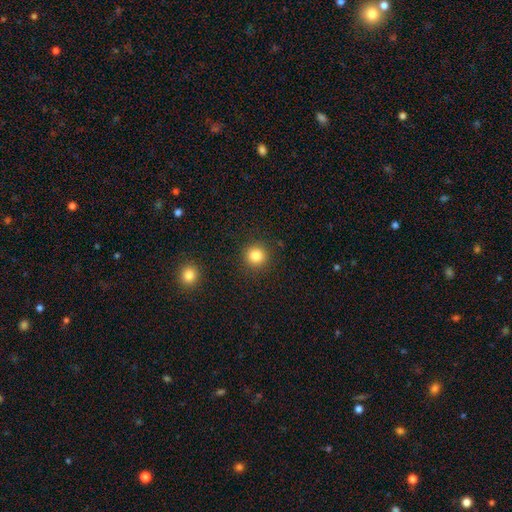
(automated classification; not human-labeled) Smooth or featured? Predicted: smooth (p=0.84). How rounded? Predicted: round (p=0.94). Merging? Predicted: none (p=0.90).